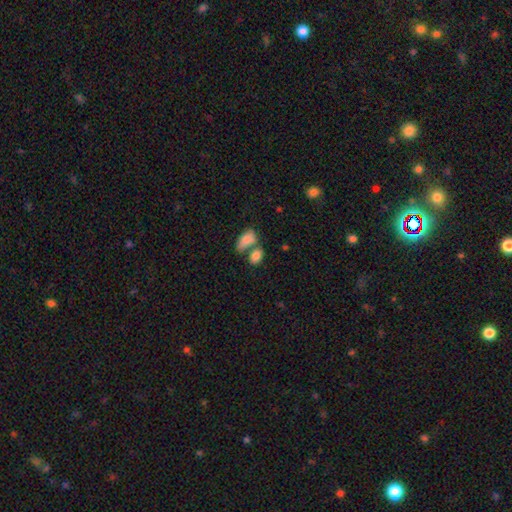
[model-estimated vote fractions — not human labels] Smooth or featured? smooth (84%)
How rounded? in between (86%)
Merging? merger (47%)